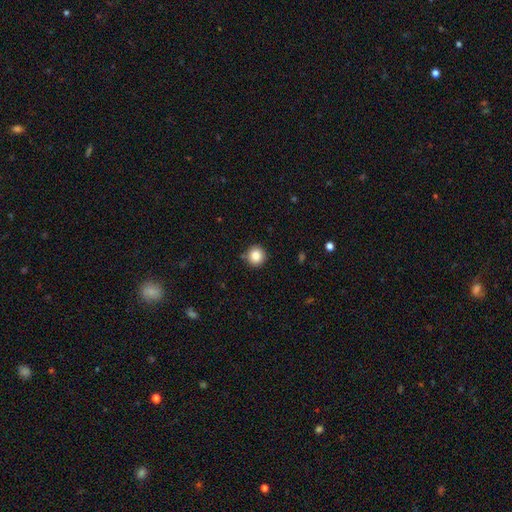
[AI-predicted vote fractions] smooth 85%, star or artifact 10%, featured or disk 5%. Down the decision tree: how rounded — round (94%); merging — none (89%).